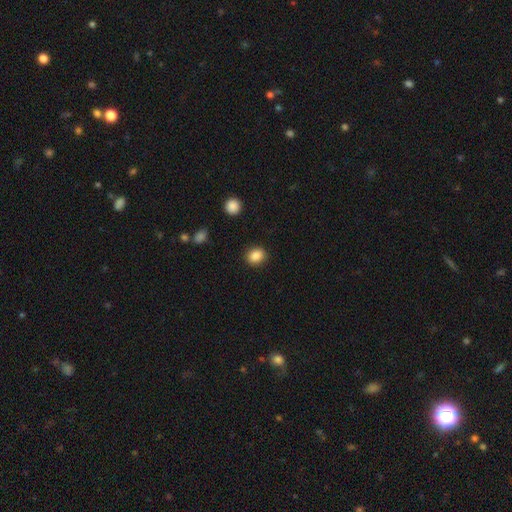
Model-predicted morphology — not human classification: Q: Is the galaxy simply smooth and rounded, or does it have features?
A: smooth — 87%.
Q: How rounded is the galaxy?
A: round — 67%.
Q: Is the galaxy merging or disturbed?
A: none — 90%.